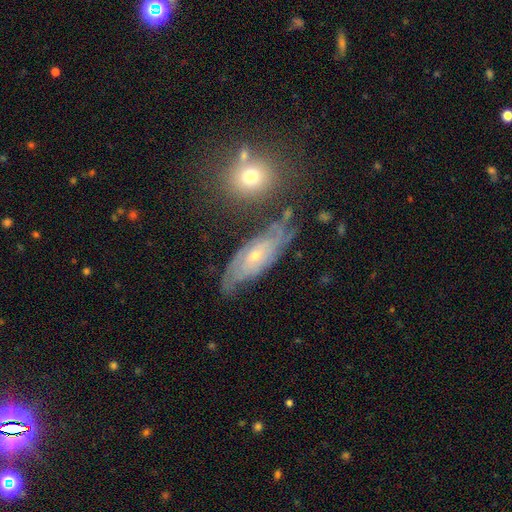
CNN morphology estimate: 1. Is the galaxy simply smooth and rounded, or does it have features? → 75% featured or disk, 16% smooth, 8% star or artifact.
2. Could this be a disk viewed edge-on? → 86% no, 14% yes.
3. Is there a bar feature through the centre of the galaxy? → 70% no, 25% weak, 6% strong.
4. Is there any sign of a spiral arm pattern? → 89% yes, 11% no.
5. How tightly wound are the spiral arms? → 62% tight, 29% medium, 9% loose.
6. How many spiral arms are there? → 46% can't tell, 33% 2, 10% 3, 5% 4, 4% 1, 3% more than 4.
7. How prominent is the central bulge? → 68% small, 29% moderate, 1% none, 1% large, 1% dominant.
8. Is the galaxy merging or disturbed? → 66% none, 22% minor disturbance, 7% major disturbance, 5% merger.